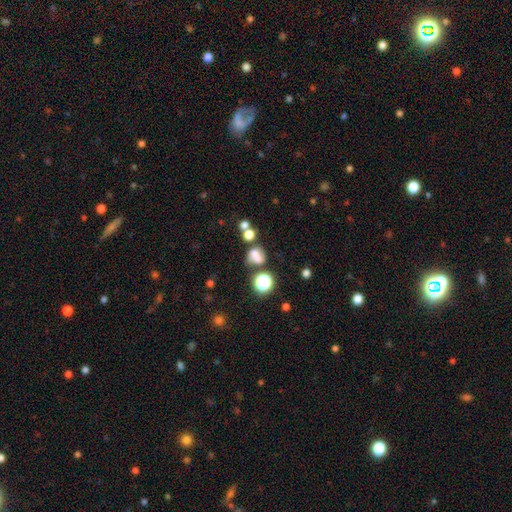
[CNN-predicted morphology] smooth 58%, star or artifact 22%, featured or disk 20%. Down the decision tree: how rounded — round (50%); merging — none (42%).